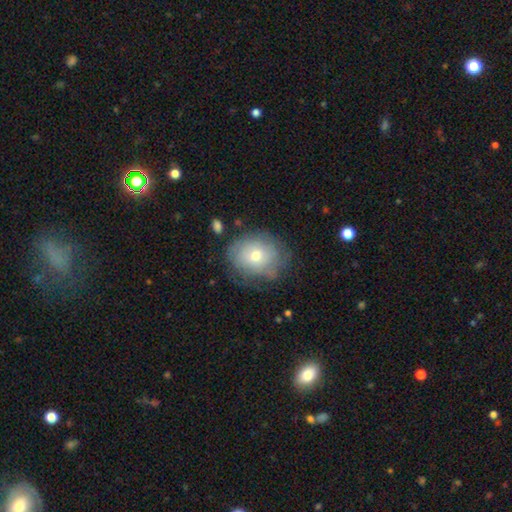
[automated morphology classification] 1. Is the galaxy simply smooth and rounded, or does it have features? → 52% smooth, 37% featured or disk, 11% star or artifact.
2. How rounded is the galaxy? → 59% round, 40% in between, 1% cigar-shaped.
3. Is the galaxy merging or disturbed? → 72% none, 19% minor disturbance, 7% major disturbance, 2% merger.